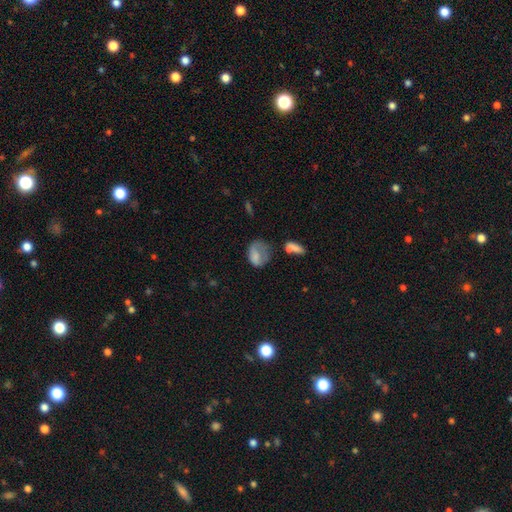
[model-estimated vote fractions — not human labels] A smooth galaxy with no disk features (69%) that is in between round and cigar-shaped (66%).

Vote fractions:
- Smooth or featured? smooth: 69% / featured or disk: 21% / star or artifact: 10%
- How rounded? in between: 66% / round: 33% / cigar-shaped: 2%
- Merging? major disturbance: 38% / minor disturbance: 28% / none: 27% / merger: 7%